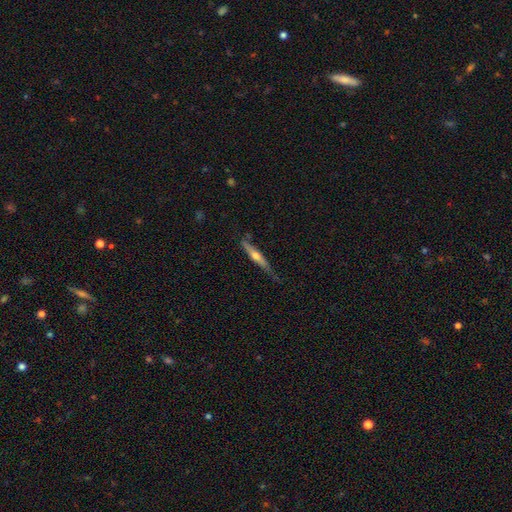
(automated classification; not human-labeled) The model was most divided on "smooth or featured": featured or disk: 58%, smooth: 37%, star or artifact: 5%. More confident: edge-on disk — yes (94%); edge-on bulge — rounded (86%); merging — none (63%).